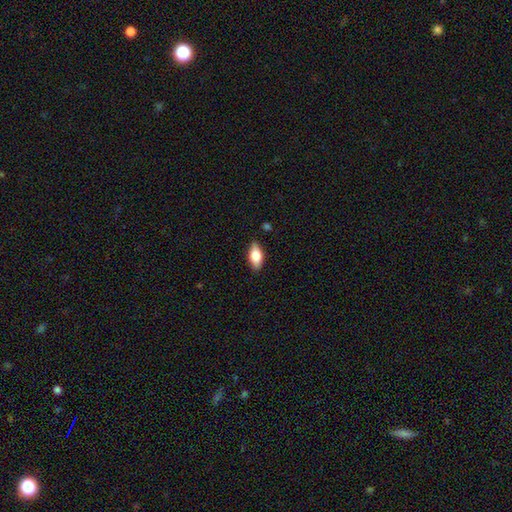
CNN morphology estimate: This appears to be a smooth galaxy with no disk features (74%) that is in between round and cigar-shaped (87%). Merging: none (85%).